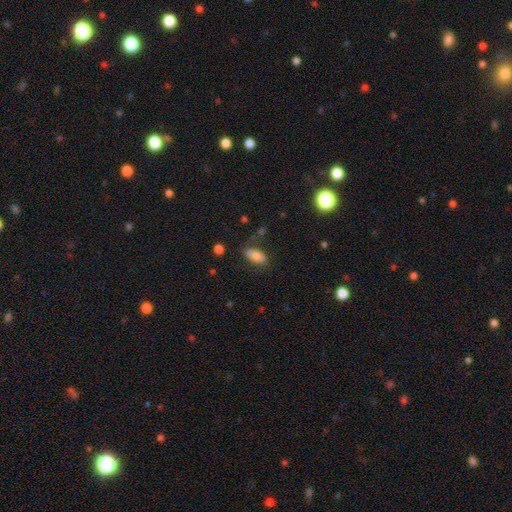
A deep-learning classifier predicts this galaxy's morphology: This is likely a smooth galaxy (76%). How rounded: clearly in between (92%). Merging: likely none (73%).